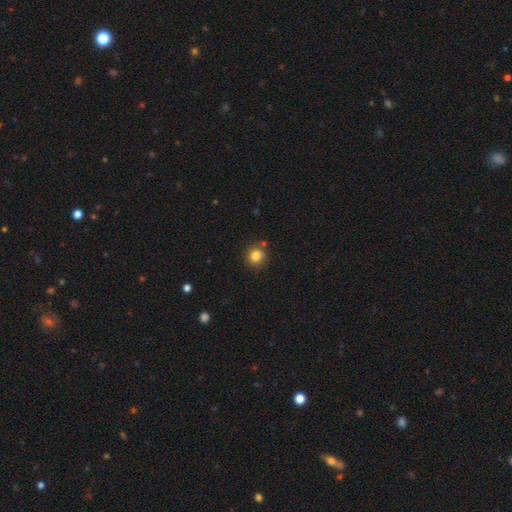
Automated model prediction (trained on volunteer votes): Smooth or featured? smooth (83%)
How rounded? round (89%)
Merging? none (79%)